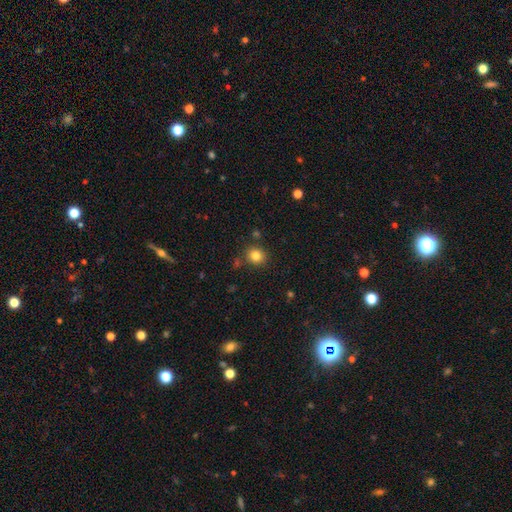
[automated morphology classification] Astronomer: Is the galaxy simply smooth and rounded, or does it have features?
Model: smooth — 82%.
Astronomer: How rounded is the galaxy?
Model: round — 82%.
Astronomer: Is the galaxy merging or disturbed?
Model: none — 84%.